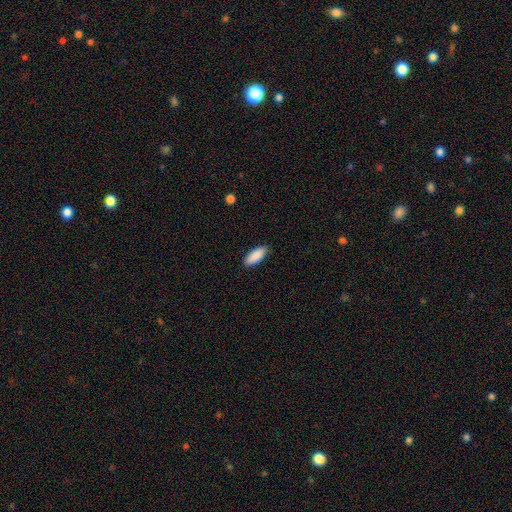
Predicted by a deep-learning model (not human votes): This is clearly a smooth galaxy (90%). How rounded: likely in between (77%). Merging: clearly none (89%).